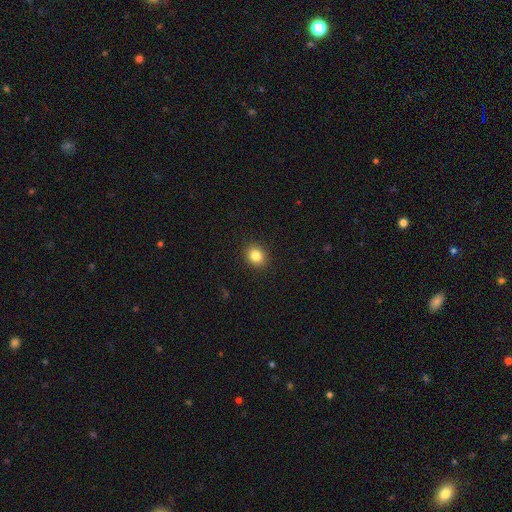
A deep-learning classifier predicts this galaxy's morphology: A smooth galaxy with no disk features (84%) that is round (66%). Merging: none (91%).